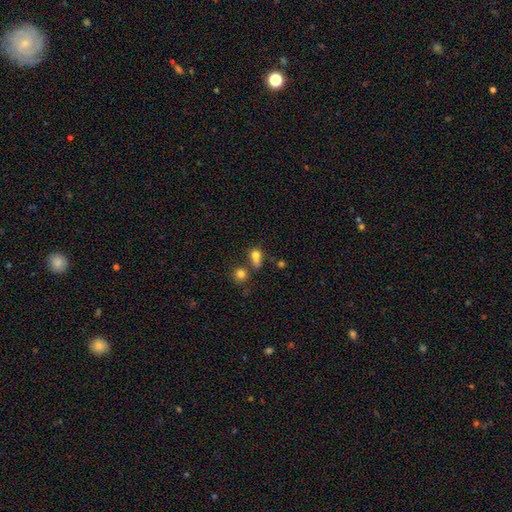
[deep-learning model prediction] smooth-or-featured: smooth: 74% | star or artifact: 15% | featured or disk: 11%
  how-rounded: round: 53% | in between: 42% | cigar-shaped: 5%
  merging: none: 41% | merger: 29% | minor disturbance: 17% | major disturbance: 12%